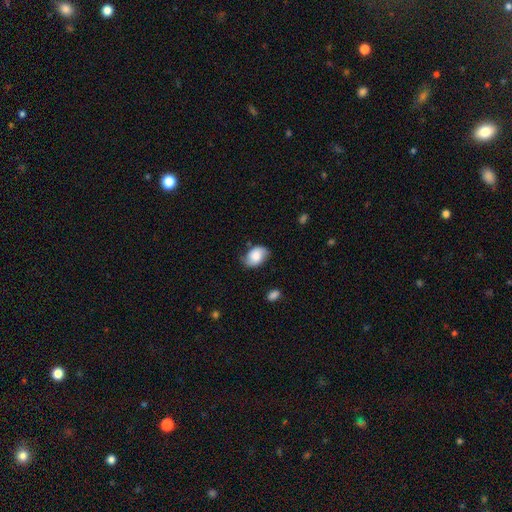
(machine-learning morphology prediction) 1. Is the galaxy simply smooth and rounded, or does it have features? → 67% smooth, 25% featured or disk, 8% star or artifact.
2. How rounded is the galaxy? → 82% in between, 16% round, 1% cigar-shaped.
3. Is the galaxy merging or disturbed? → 64% none, 27% minor disturbance, 6% major disturbance, 2% merger.